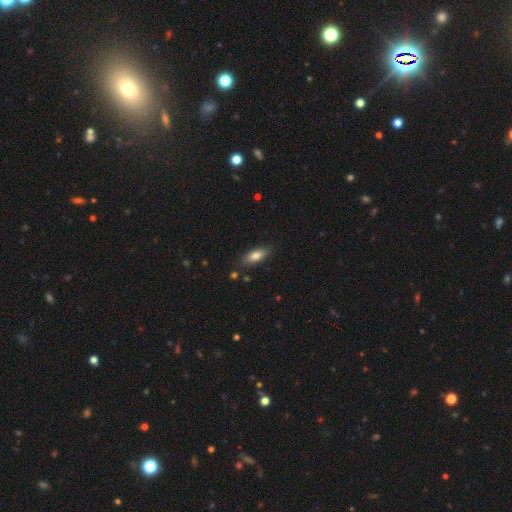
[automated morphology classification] Smooth or featured?
  - smooth: 78% *
  - featured or disk: 15%
  - star or artifact: 7%
How rounded?
  - in between: 71% *
  - cigar-shaped: 26%
  - round: 3%
Merging?
  - none: 82% *
  - minor disturbance: 13%
  - major disturbance: 3%
  - merger: 2%